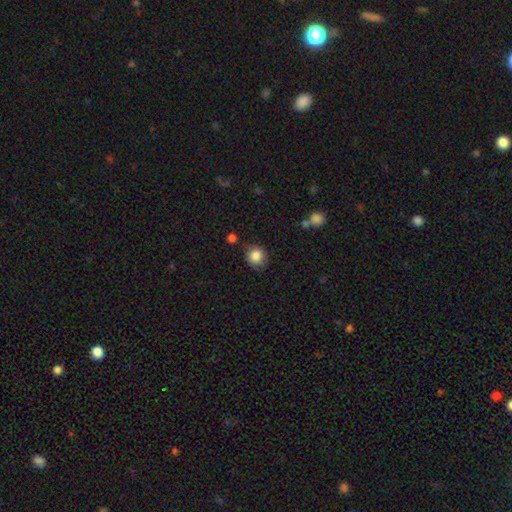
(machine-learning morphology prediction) smooth-or-featured: smooth: 85% | star or artifact: 9% | featured or disk: 6%
  how-rounded: round: 85% | in between: 14% | cigar-shaped: 1%
  merging: none: 77% | minor disturbance: 16% | major disturbance: 4% | merger: 3%